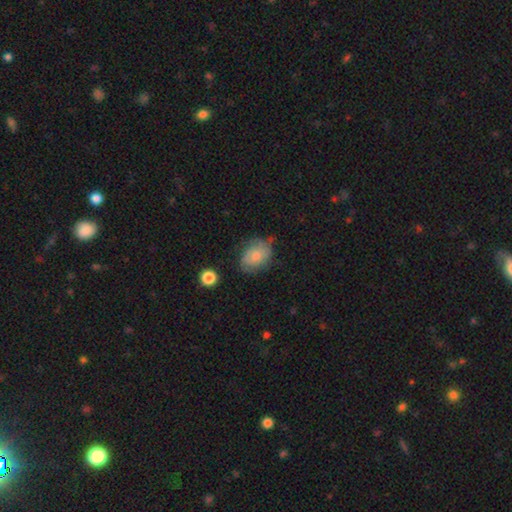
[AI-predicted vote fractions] Overall: smooth (65%; featured or disk 27%). How rounded: in between (68%; round 31%). Merging: none (61%; minor disturbance 28%).